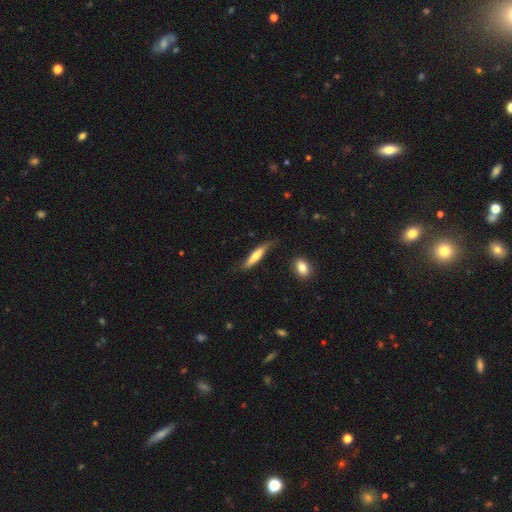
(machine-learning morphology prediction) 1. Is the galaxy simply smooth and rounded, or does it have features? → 59% smooth, 35% featured or disk, 6% star or artifact.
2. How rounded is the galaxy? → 84% cigar-shaped, 14% in between, 2% round.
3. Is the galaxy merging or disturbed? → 64% none, 26% minor disturbance, 7% major disturbance, 2% merger.